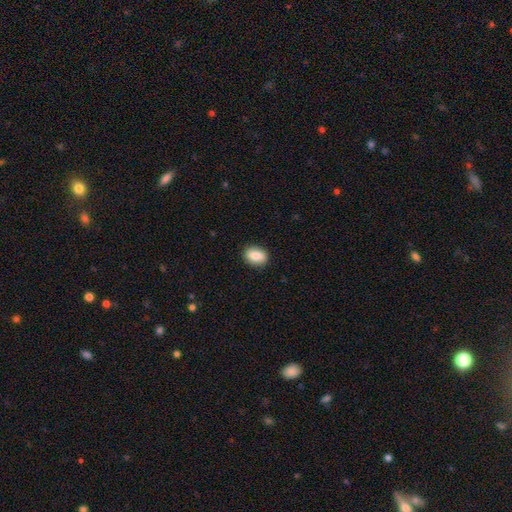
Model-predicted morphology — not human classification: A smooth galaxy with no disk features (84%) that is in between round and cigar-shaped (71%).

Vote fractions:
- Smooth or featured? smooth: 84% / featured or disk: 9% / star or artifact: 7%
- How rounded? in between: 71% / round: 28% / cigar-shaped: 2%
- Merging? none: 89% / minor disturbance: 8% / major disturbance: 2% / merger: 1%